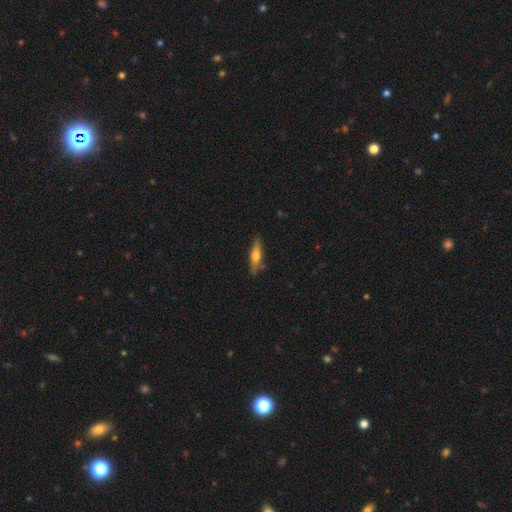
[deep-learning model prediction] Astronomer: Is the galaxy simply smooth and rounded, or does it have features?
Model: smooth — 53% (runner-up: featured or disk, 41%).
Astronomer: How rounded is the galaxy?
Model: cigar-shaped — 72%.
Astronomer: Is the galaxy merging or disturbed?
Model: none — 77%.